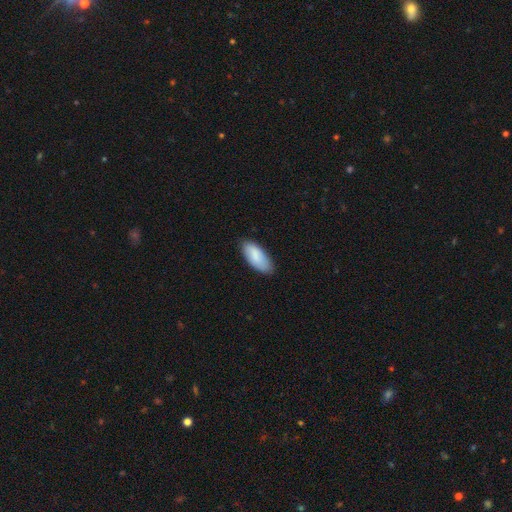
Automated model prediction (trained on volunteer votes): smooth-or-featured: smooth: 85% | featured or disk: 9% | star or artifact: 6%
  how-rounded: in between: 88% | cigar-shaped: 11% | round: 2%
  merging: none: 82% | minor disturbance: 15% | major disturbance: 2% | merger: 1%